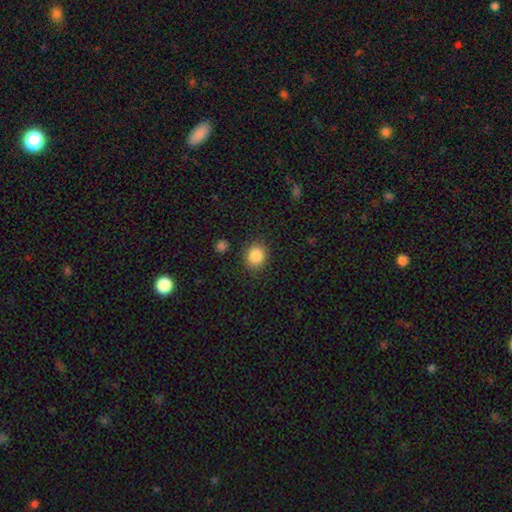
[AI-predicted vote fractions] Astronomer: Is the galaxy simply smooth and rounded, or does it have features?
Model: smooth — 87%.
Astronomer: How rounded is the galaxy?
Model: round — 76%.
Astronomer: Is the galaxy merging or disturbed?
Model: none — 86%.